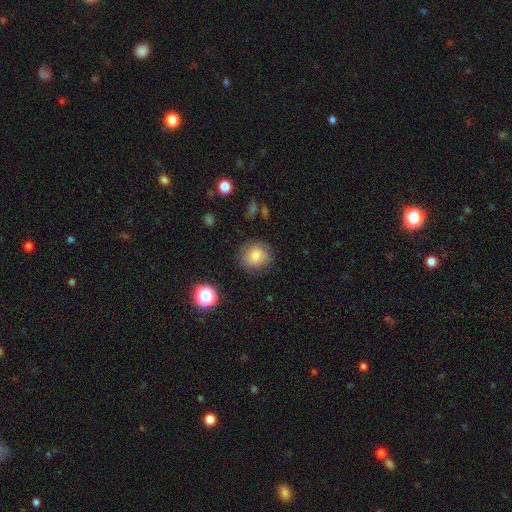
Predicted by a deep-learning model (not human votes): Smooth or featured? Predicted: smooth (p=0.76). How rounded? Predicted: round (p=0.84). Merging? Predicted: none (p=0.78).